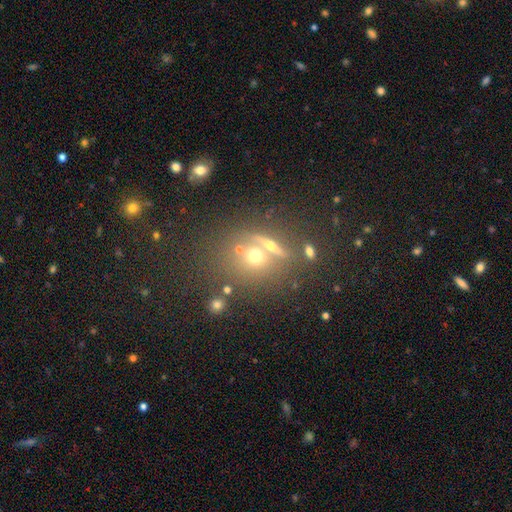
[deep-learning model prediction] Smooth or featured?
  - smooth: 42% *
  - star or artifact: 30%
  - featured or disk: 28%
Merging?
  - none: 59% *
  - merger: 23%
  - minor disturbance: 11%
  - major disturbance: 7%